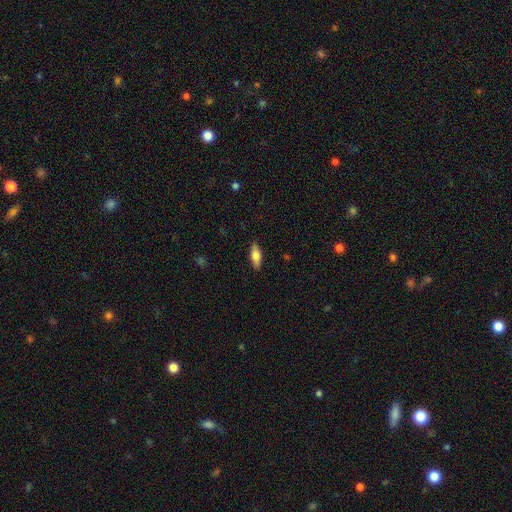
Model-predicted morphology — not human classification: smooth-or-featured: smooth: 65% | featured or disk: 29% | star or artifact: 6%
  how-rounded: in between: 64% | cigar-shaped: 33% | round: 3%
  merging: none: 88% | minor disturbance: 9% | major disturbance: 2% | merger: 1%